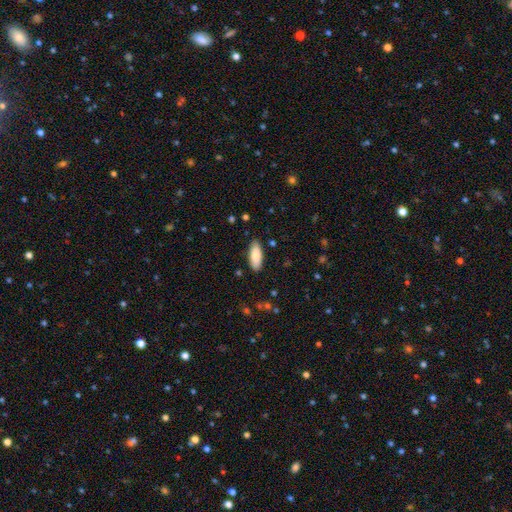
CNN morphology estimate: A smooth galaxy with no disk features (83%) that is in between round and cigar-shaped (78%). Merging: none (86%).